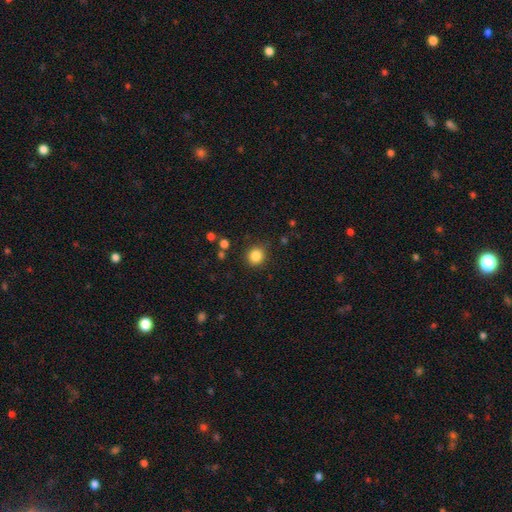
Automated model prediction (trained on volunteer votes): smooth-or-featured: smooth: 85% | star or artifact: 11% | featured or disk: 4%
  how-rounded: round: 84% | in between: 15% | cigar-shaped: 1%
  merging: none: 86% | minor disturbance: 9% | major disturbance: 3% | merger: 2%